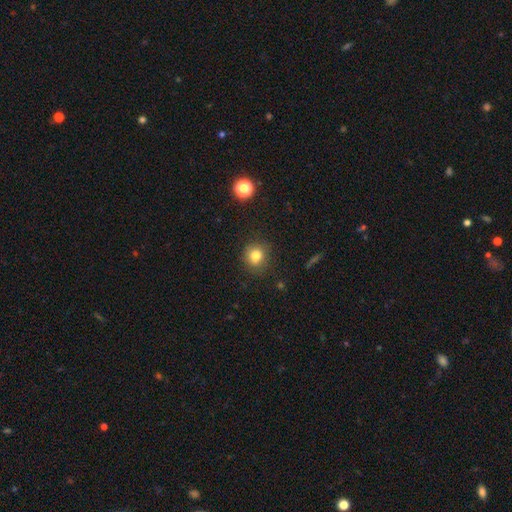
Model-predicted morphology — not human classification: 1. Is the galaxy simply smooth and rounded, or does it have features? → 80% smooth, 13% star or artifact, 7% featured or disk.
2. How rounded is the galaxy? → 82% round, 17% in between, 1% cigar-shaped.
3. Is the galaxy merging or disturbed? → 85% none, 11% minor disturbance, 3% major disturbance, 2% merger.